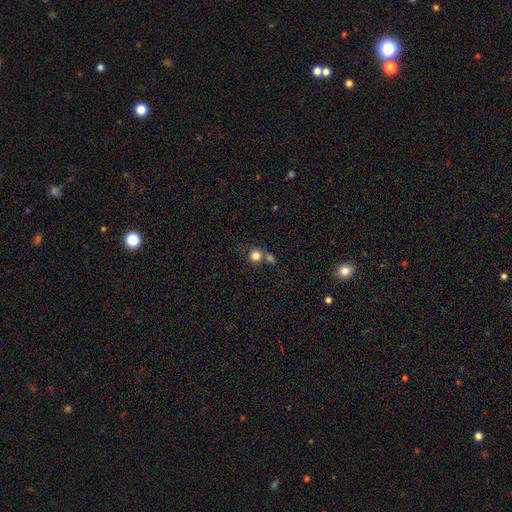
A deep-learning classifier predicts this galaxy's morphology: The model was most divided on "merging": none: 51%, merger: 36%, minor disturbance: 9%, major disturbance: 5%. More confident: how rounded — round (88%); smooth or featured — smooth (81%).